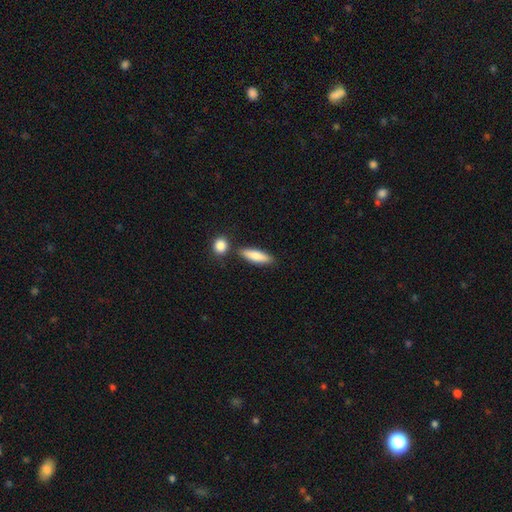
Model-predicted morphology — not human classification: Smooth or featured?
  - smooth: 81% *
  - featured or disk: 14%
  - star or artifact: 6%
How rounded?
  - cigar-shaped: 61% *
  - in between: 36%
  - round: 3%
Merging?
  - none: 77% *
  - minor disturbance: 11%
  - merger: 9%
  - major disturbance: 3%